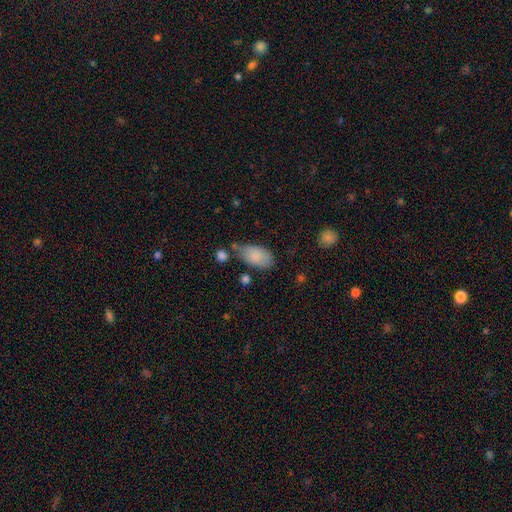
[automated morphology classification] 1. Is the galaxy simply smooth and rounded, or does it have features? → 84% smooth, 9% featured or disk, 7% star or artifact.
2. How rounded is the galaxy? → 93% in between, 4% round, 2% cigar-shaped.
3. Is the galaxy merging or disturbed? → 56% none, 27% minor disturbance, 9% merger, 8% major disturbance.